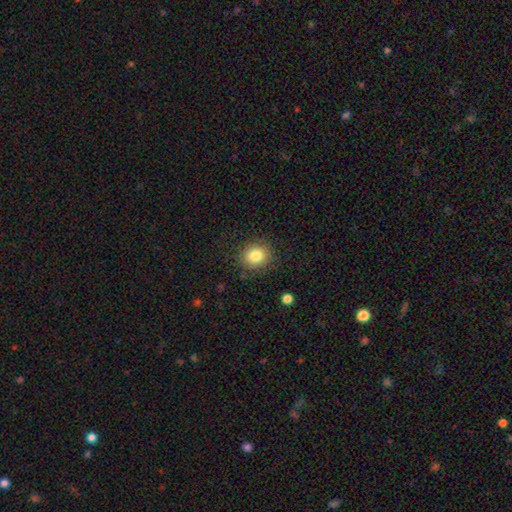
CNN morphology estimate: The model was most divided on "how rounded": round: 77%, in between: 23%, cigar-shaped: 1%. More confident: merging — none (87%); smooth or featured — smooth (82%).